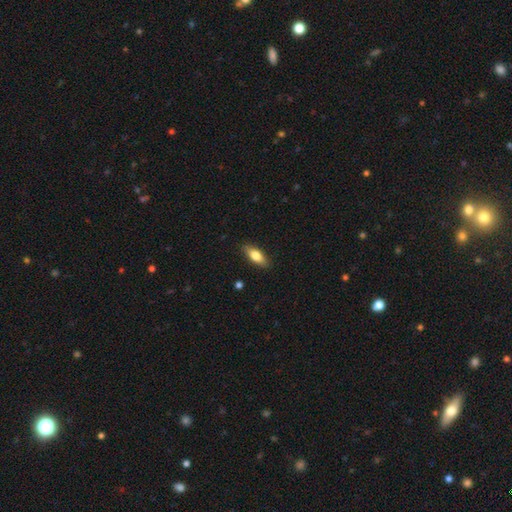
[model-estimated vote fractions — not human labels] This is likely a smooth galaxy (72%). How rounded: likely in between (67%). Merging: clearly none (87%).